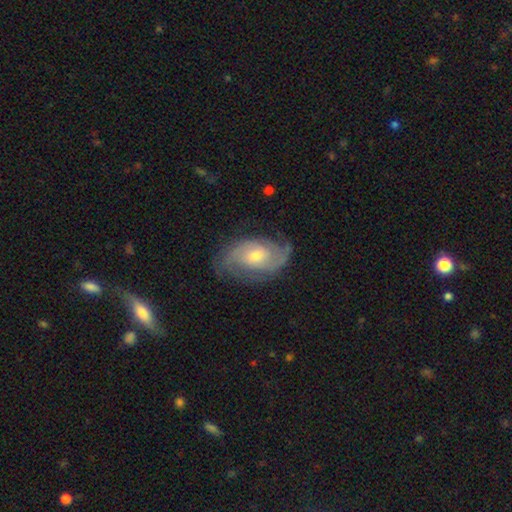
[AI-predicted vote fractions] Smooth or featured? Predicted: featured or disk (p=0.82). Edge-on disk? Predicted: no (p=0.96). Bar? Predicted: no (p=0.53). Spiral arms? Predicted: yes (p=0.95). Spiral winding? Predicted: medium (p=0.43). Spiral arm count? Predicted: 2 (p=0.70). Bulge size? Predicted: moderate (p=0.54). Merging? Predicted: none (p=0.72).